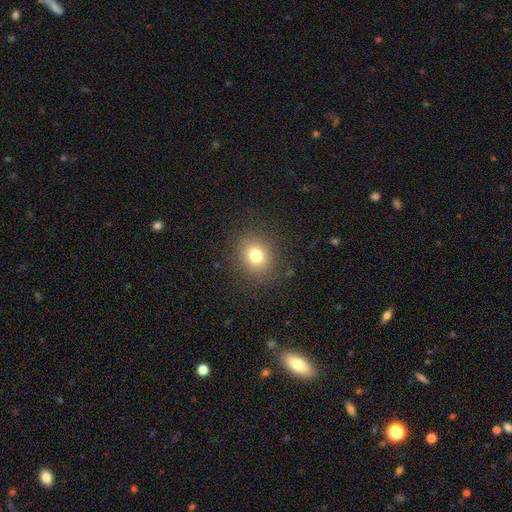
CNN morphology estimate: Q: Smooth or featured?
A: smooth (76%); runner-up: star or artifact (14%)
Q: How rounded?
A: round (81%); runner-up: in between (18%)
Q: Merging?
A: none (88%); runner-up: minor disturbance (8%)